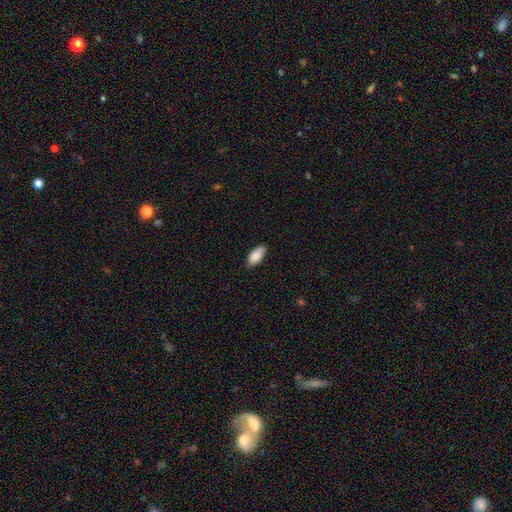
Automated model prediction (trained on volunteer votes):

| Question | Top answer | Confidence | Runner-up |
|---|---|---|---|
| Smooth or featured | smooth | 86% | featured or disk (8%) |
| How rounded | in between | 90% | cigar-shaped (8%) |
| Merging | none | 79% | minor disturbance (17%) |